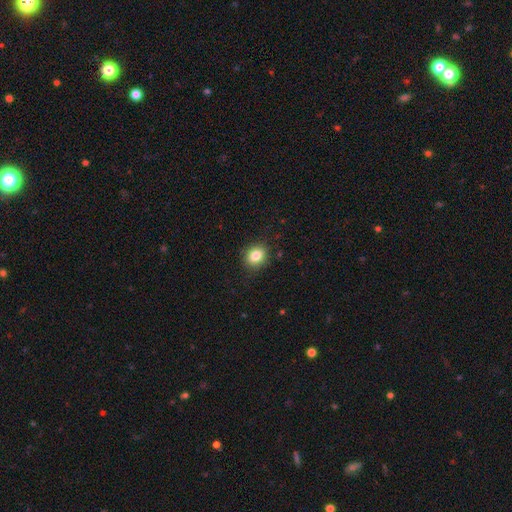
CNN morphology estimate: Smooth or featured? Predicted: smooth (p=0.83). How rounded? Predicted: round (p=0.57). Merging? Predicted: none (p=0.87).